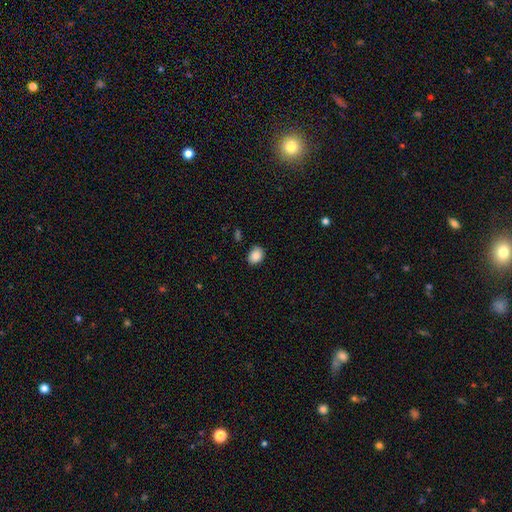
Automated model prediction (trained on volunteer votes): Smooth or featured? Predicted: smooth (p=0.88). How rounded? Predicted: in between (p=0.61). Merging? Predicted: none (p=0.83).